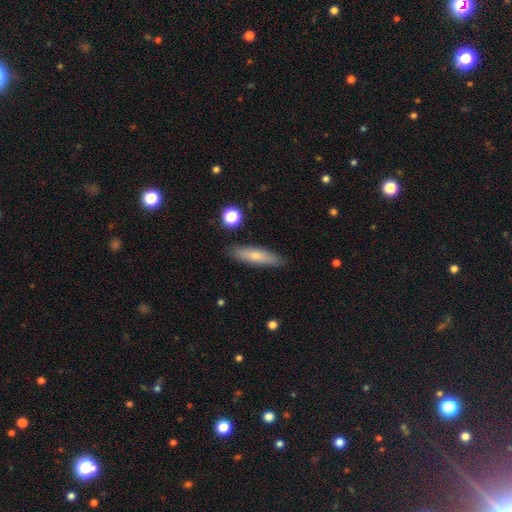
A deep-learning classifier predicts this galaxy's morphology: Smooth or featured: smooth — 68% (featured or disk — 25%)
How rounded: cigar-shaped — 75% (in between — 23%)
Merging: none — 87% (minor disturbance — 9%)